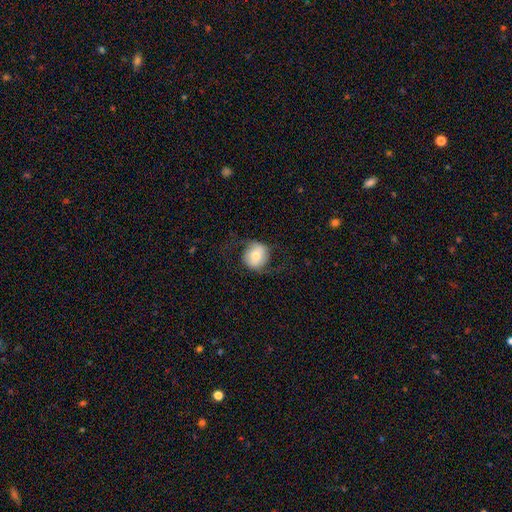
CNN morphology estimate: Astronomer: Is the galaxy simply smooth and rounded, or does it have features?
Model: smooth — 54% (runner-up: featured or disk, 37%).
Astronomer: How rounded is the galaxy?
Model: round — 82%.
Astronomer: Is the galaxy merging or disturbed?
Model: none — 68%.